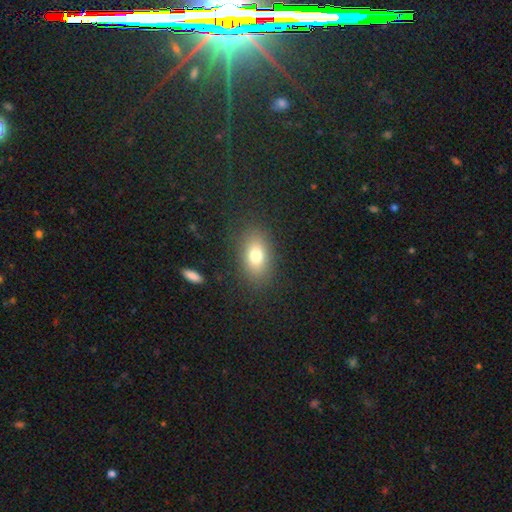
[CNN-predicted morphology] type=smooth (75%); roundness=in between (83%); merging=none (84%).